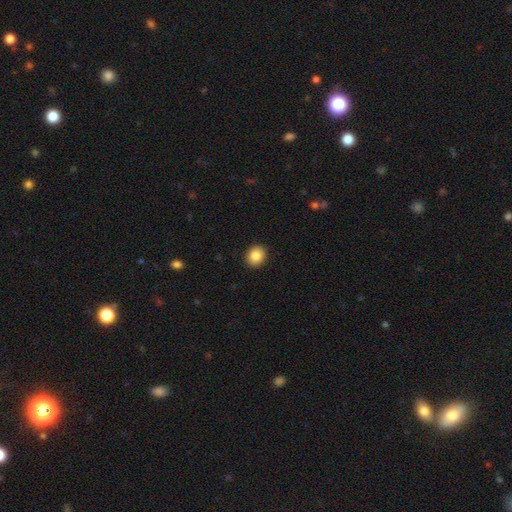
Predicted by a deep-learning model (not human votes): A smooth galaxy with no disk features (85%) that is round (67%).

Vote fractions:
- Smooth or featured? smooth: 85% / star or artifact: 9% / featured or disk: 6%
- How rounded? round: 67% / in between: 32% / cigar-shaped: 1%
- Merging? none: 92% / minor disturbance: 5% / major disturbance: 2% / merger: 1%